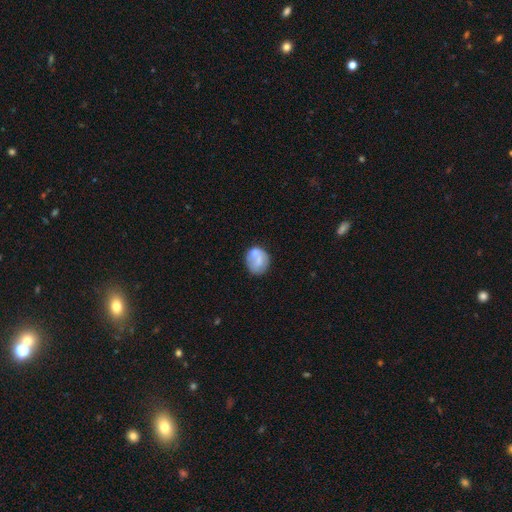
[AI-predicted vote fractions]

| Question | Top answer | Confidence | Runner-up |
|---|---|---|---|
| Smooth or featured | smooth | 60% | featured or disk (33%) |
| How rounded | round | 69% | in between (30%) |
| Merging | none | 50% | minor disturbance (21%) |